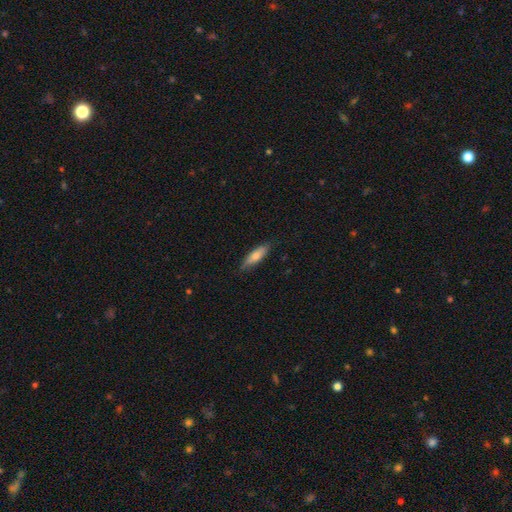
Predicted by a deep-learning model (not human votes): Morphology: type=smooth (73%); roundness=cigar-shaped (60%); merging=none (79%).